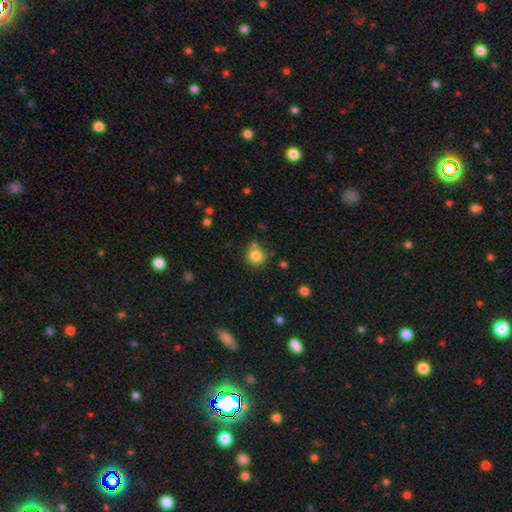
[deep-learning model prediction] Smooth or featured: smooth — 83% (star or artifact — 11%)
How rounded: round — 88% (in between — 11%)
Merging: none — 72% (merger — 13%)